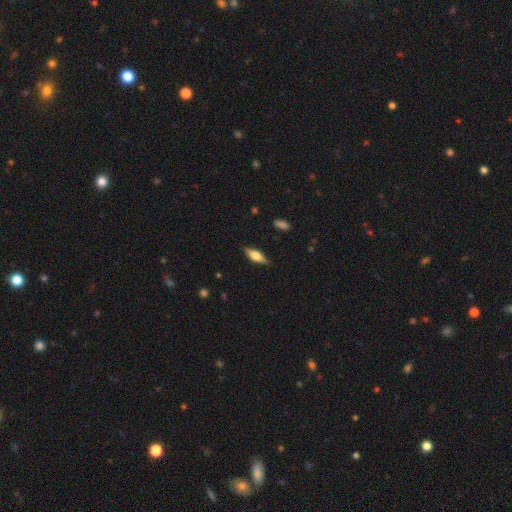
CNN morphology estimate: A smooth galaxy with no disk features (51%) that is in between round and cigar-shaped (57%). Merging: none (87%).